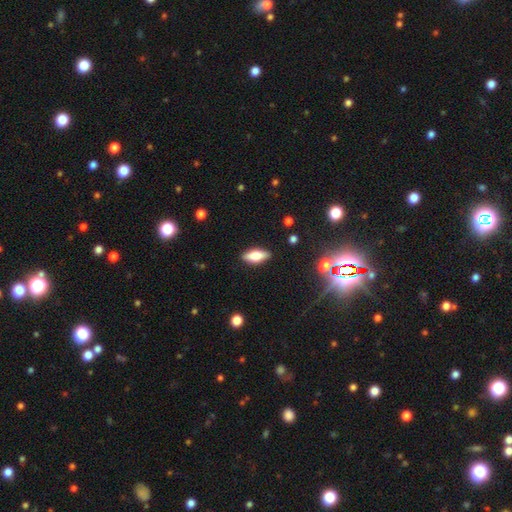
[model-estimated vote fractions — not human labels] smooth 66%, featured or disk 26%, star or artifact 8%. Down the decision tree: how rounded — in between (71%); merging — none (87%).